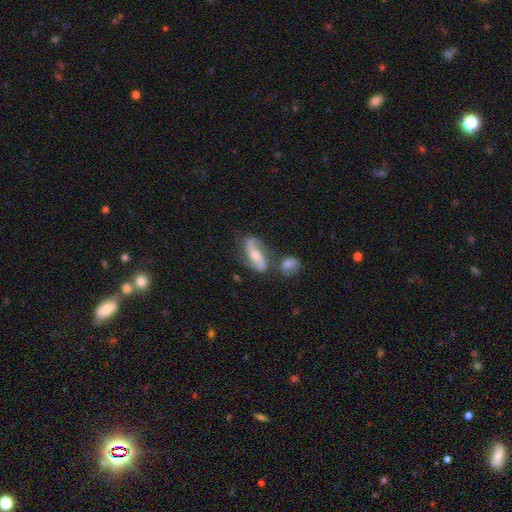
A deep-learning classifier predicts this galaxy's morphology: Smooth or featured? Predicted: featured or disk (p=0.80). Edge-on disk? Predicted: no (p=0.94). Bar? Predicted: weak (p=0.40). Spiral arms? Predicted: yes (p=0.95). Spiral winding? Predicted: loose (p=0.57). Spiral arm count? Predicted: 2 (p=0.92). Bulge size? Predicted: moderate (p=0.51). Merging? Predicted: none (p=0.59).